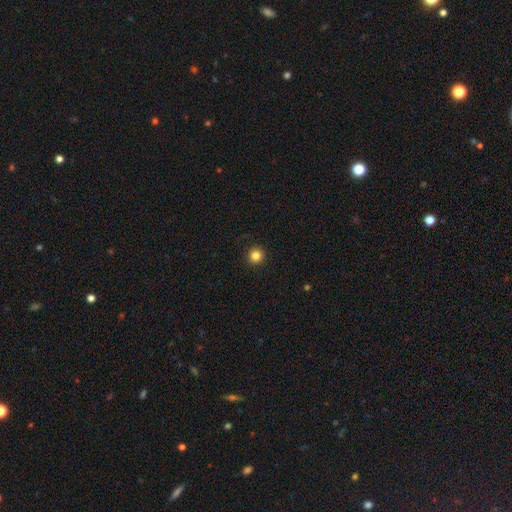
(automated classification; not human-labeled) Q: Smooth or featured?
A: smooth (83%); runner-up: star or artifact (12%)
Q: How rounded?
A: round (95%); runner-up: in between (4%)
Q: Merging?
A: none (93%); runner-up: minor disturbance (4%)